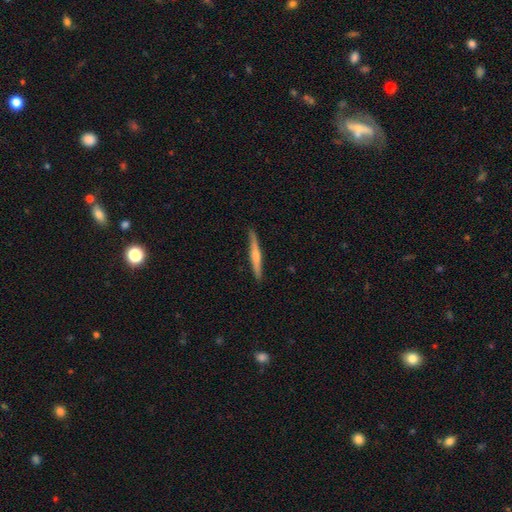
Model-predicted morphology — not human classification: Smooth or featured: featured or disk — 53% (smooth — 42%)
Edge-on disk: yes — 97% (no — 3%)
Edge-on bulge: rounded — 68% (none — 21%)
Merging: none — 89% (minor disturbance — 8%)